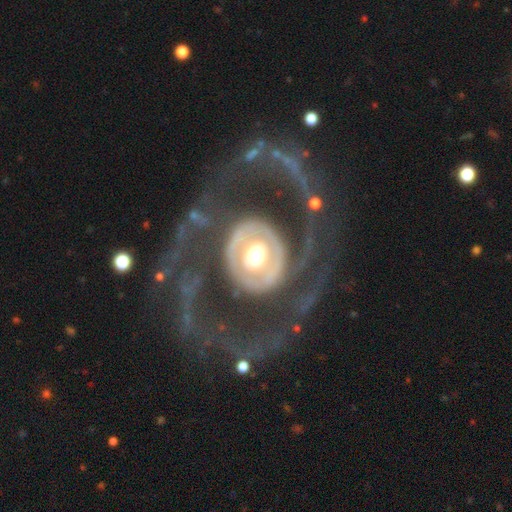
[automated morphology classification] The model was most divided on "spiral winding": loose: 42%, medium: 35%, tight: 24%. More confident: edge-on disk — no (96%); smooth or featured — featured or disk (82%); spiral arms — yes (68%); bar — no (66%); spiral arm count — 2 (60%); bulge size — moderate (58%); merging — none (50%).